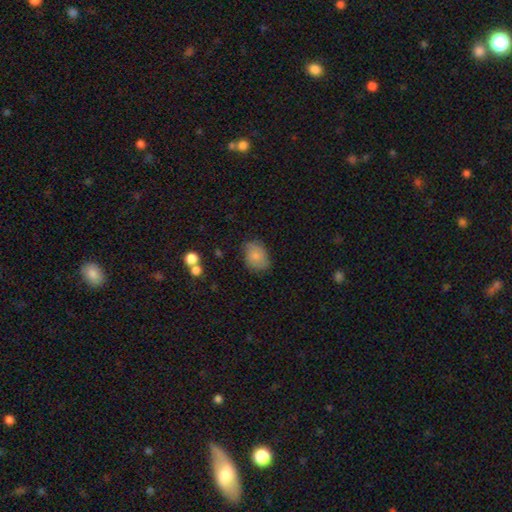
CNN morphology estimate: Smooth or featured?
  - smooth: 76% *
  - featured or disk: 16%
  - star or artifact: 8%
How rounded?
  - in between: 72% *
  - round: 27%
  - cigar-shaped: 1%
Merging?
  - none: 69% *
  - minor disturbance: 23%
  - major disturbance: 6%
  - merger: 2%